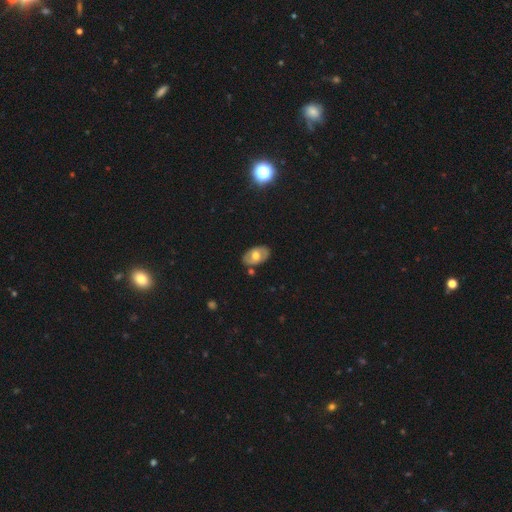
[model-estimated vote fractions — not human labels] This appears to be a smooth galaxy with no disk features (51%) that is in between round and cigar-shaped (90%). Merging: none (80%).